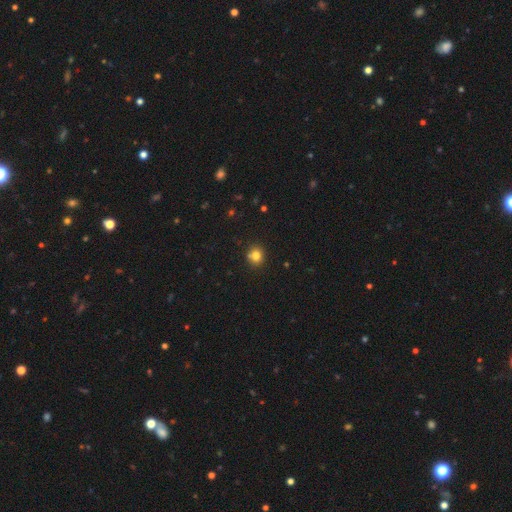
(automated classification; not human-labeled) This is likely a smooth galaxy (79%). How rounded: clearly round (83%). Merging: likely none (77%).